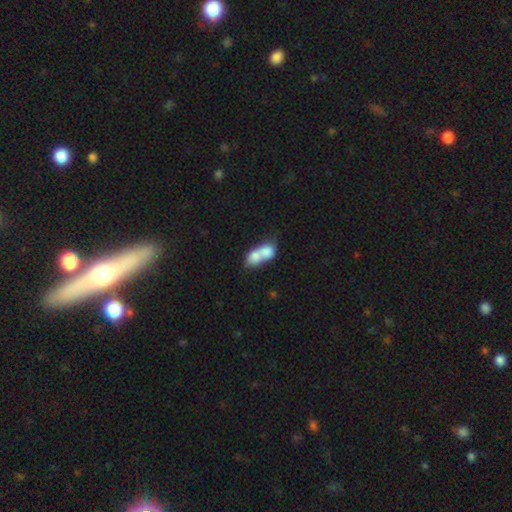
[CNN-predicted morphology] smooth 73%, featured or disk 19%, star or artifact 8%. Down the decision tree: how rounded — in between (65%); merging — merger (78%).